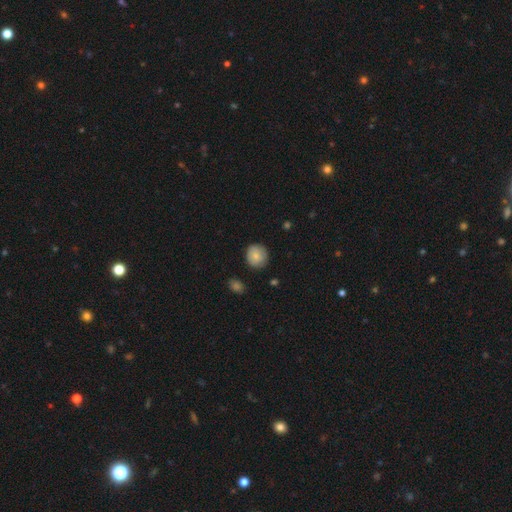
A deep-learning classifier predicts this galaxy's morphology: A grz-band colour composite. It shows a smooth galaxy with no disk features (81%) that is round (89%). Merging: none (84%).